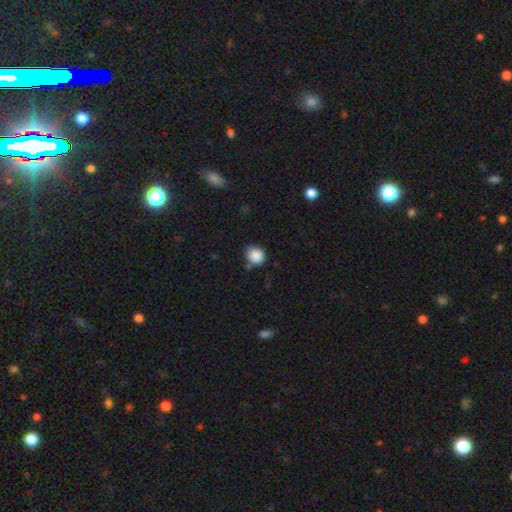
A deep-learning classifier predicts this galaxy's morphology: The model was most divided on "merging": none: 74%, minor disturbance: 17%, merger: 5%, major disturbance: 4%. More confident: smooth or featured — smooth (88%); how rounded — round (79%).